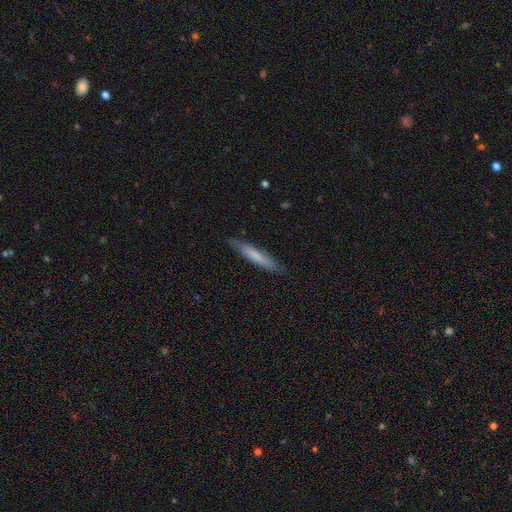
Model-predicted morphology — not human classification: The model was most divided on "smooth or featured": smooth: 67%, featured or disk: 27%, star or artifact: 6%. More confident: how rounded — cigar-shaped (92%); merging — none (84%).